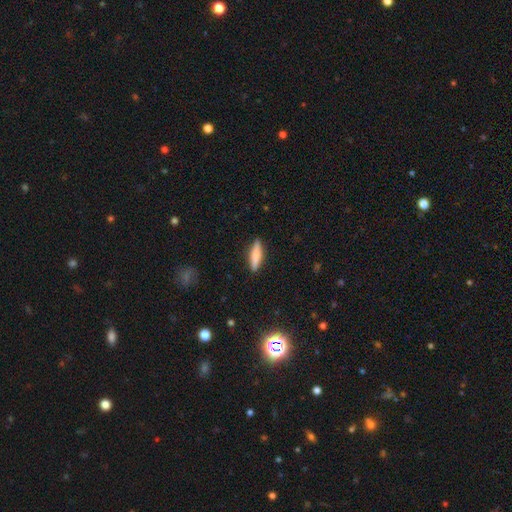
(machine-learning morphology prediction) smooth 68%, featured or disk 25%, star or artifact 7%. Down the decision tree: how rounded — cigar-shaped (75%); merging — none (88%).